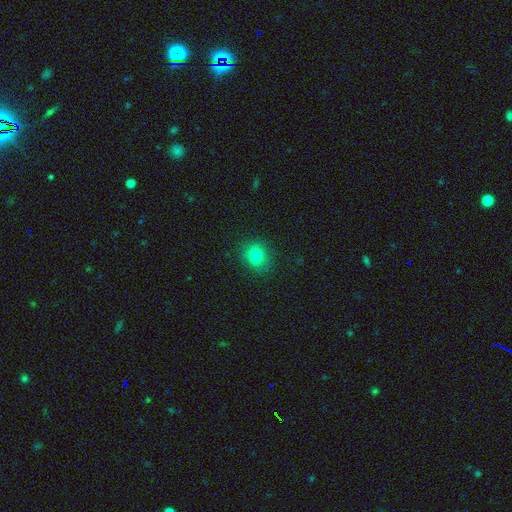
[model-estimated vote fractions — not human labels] smooth-or-featured: smooth: 80% | star or artifact: 13% | featured or disk: 7%
  how-rounded: round: 67% | in between: 32% | cigar-shaped: 1%
  merging: none: 86% | minor disturbance: 10% | major disturbance: 3% | merger: 1%